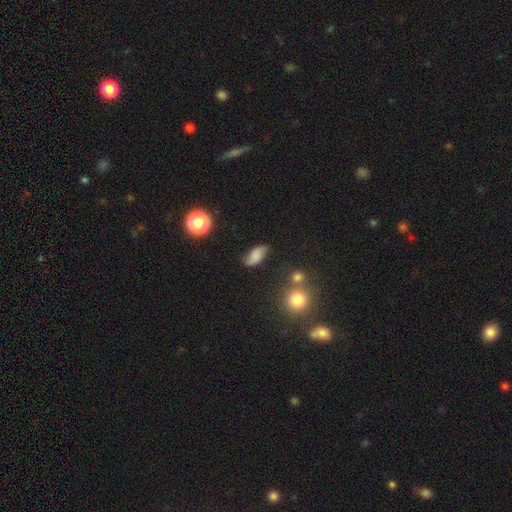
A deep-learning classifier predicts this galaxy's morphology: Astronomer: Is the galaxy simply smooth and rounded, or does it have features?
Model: smooth — 57%.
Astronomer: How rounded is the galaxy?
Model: in between — 87%.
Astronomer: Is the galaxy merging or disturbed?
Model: none — 69%.